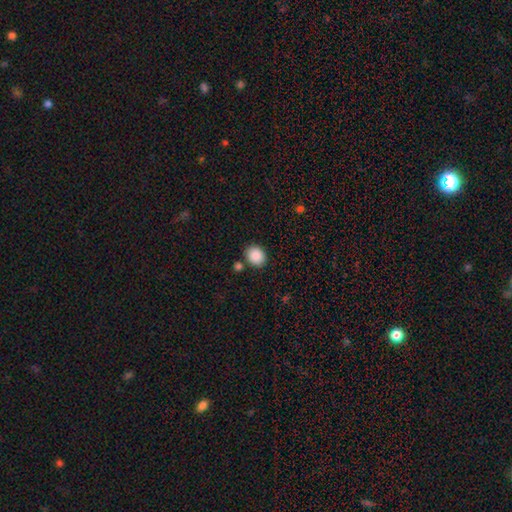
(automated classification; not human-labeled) smooth 88%, star or artifact 8%, featured or disk 3%. Down the decision tree: how rounded — round (63%); merging — none (82%).